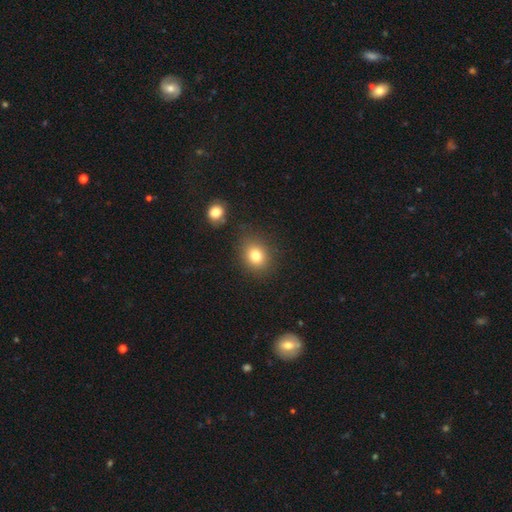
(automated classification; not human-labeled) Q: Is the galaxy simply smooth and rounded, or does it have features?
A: smooth — 79%.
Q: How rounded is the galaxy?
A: round — 66%.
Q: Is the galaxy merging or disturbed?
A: none — 82%.